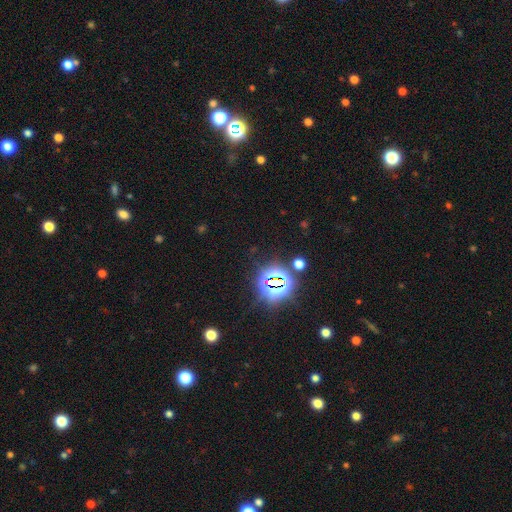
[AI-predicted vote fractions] Smooth or featured: star or artifact — 79% (smooth — 14%)